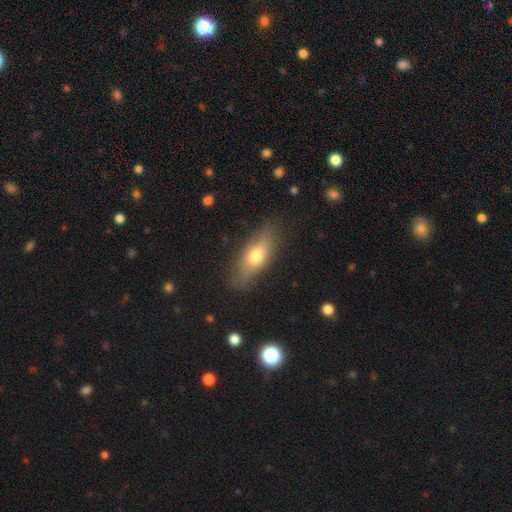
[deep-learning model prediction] The model was most divided on "how rounded": in between: 65%, cigar-shaped: 31%, round: 4%. More confident: merging — none (82%); smooth or featured — smooth (65%).